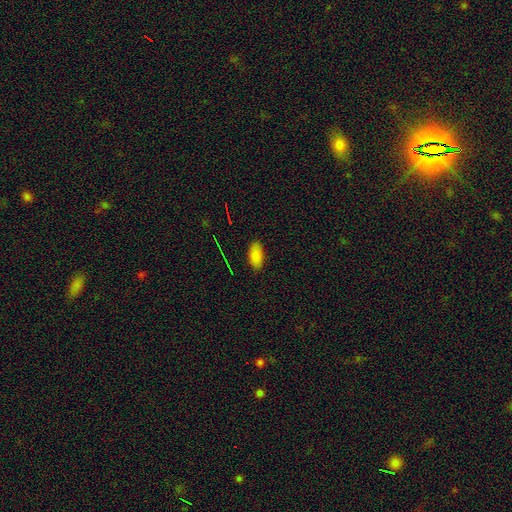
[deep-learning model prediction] Smooth or featured? Predicted: smooth (p=0.84). How rounded? Predicted: in between (p=0.93). Merging? Predicted: none (p=0.87).